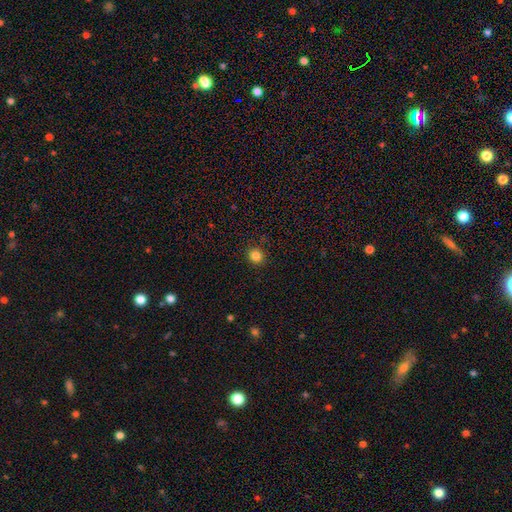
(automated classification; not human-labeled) This appears to be a smooth galaxy with no disk features (84%) that is round (88%). Merging: none (90%).